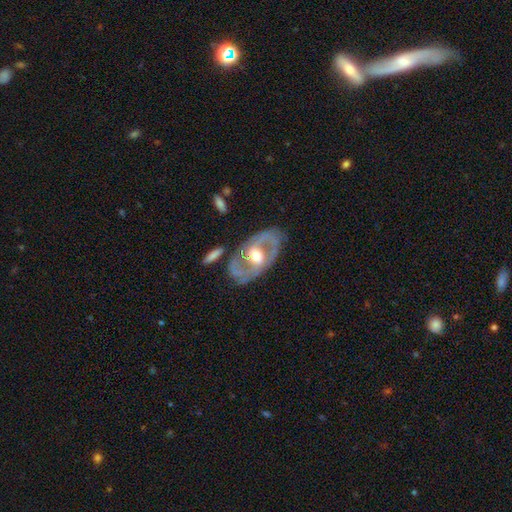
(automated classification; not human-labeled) This is clearly a featured or disk galaxy (83%). It is clearly not viewed edge-on (94%). Bar: marginally weak (39%). Spiral arm pattern: clearly yes (81%). Spiral arm count: clearly 2 (84%). Spiral winding: possibly medium (50%). Central bulge: likely moderate (72%). Merging: likely none (75%).